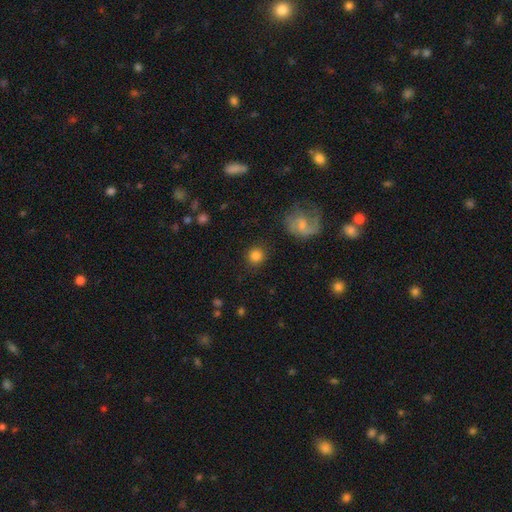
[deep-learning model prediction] smooth-or-featured: smooth: 82% | star or artifact: 9% | featured or disk: 9%
  how-rounded: round: 91% | in between: 8% | cigar-shaped: 1%
  merging: none: 87% | minor disturbance: 7% | major disturbance: 3% | merger: 2%